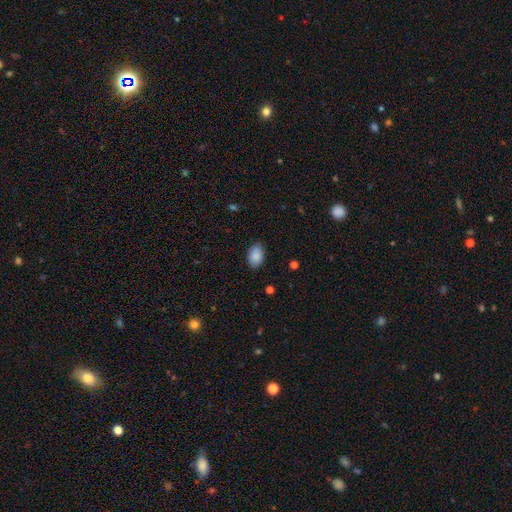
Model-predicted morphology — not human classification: Overall: smooth (89%). How rounded: in between (88%). Merging: none (85%).